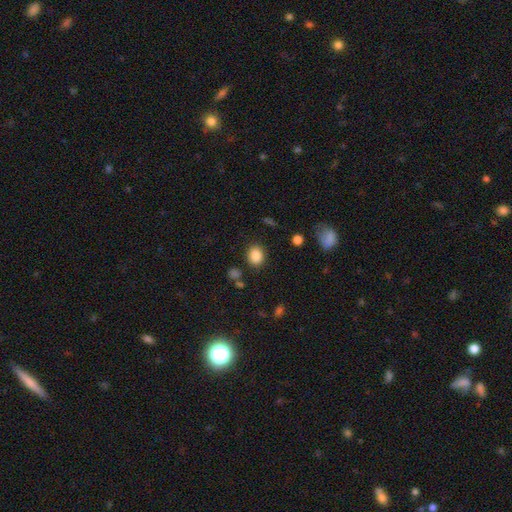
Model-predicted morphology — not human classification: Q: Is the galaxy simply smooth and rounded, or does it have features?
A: smooth — 86%.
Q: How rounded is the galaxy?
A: round — 52%.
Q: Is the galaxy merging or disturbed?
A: none — 83%.